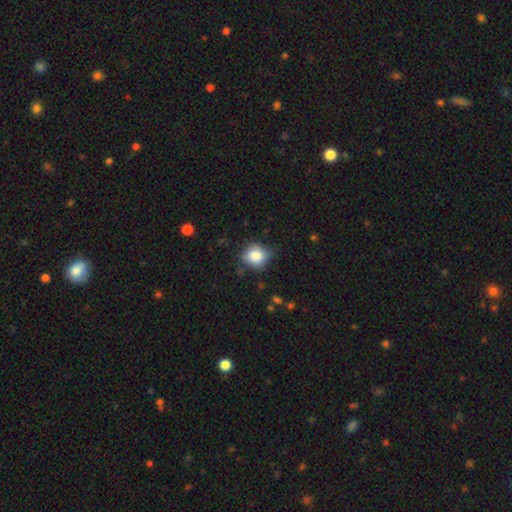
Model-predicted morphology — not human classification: smooth-or-featured: smooth: 82% | star or artifact: 10% | featured or disk: 9%
  how-rounded: round: 76% | in between: 23% | cigar-shaped: 1%
  merging: none: 68% | minor disturbance: 24% | major disturbance: 6% | merger: 2%